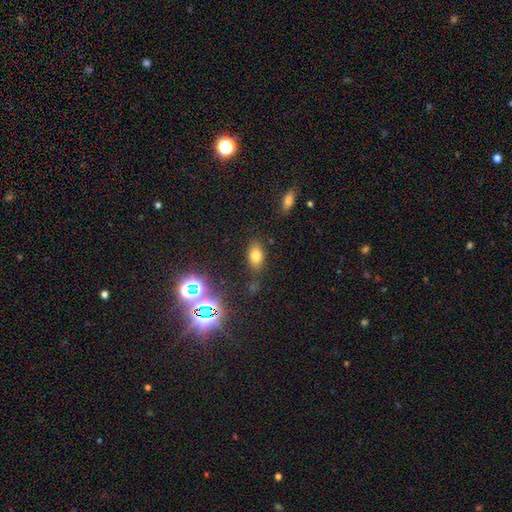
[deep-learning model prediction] A smooth galaxy with no disk features (73%) that is in between round and cigar-shaped (86%). Merging: none (82%).